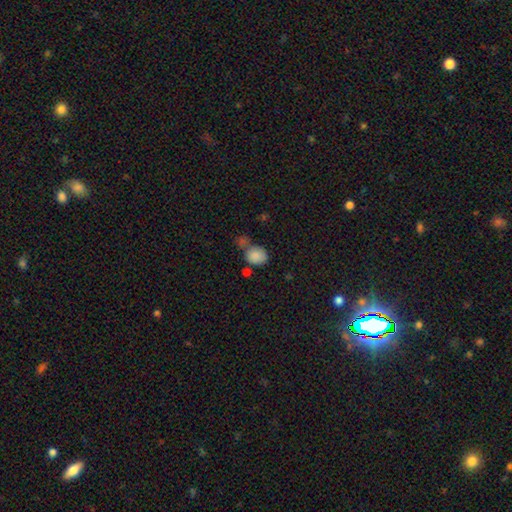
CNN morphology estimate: Smooth or featured? Predicted: smooth (p=0.85). How rounded? Predicted: round (p=0.52). Merging? Predicted: none (p=0.47).